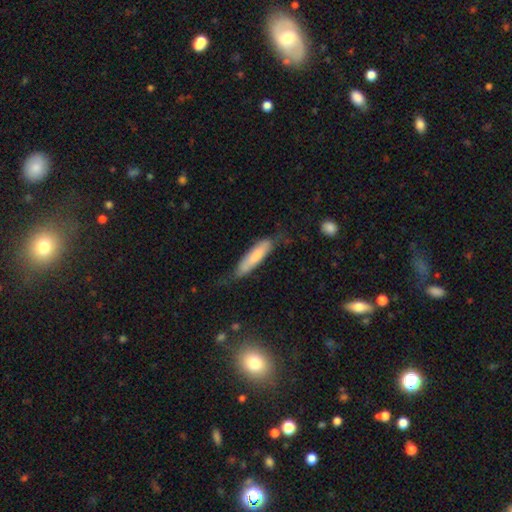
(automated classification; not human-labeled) The model was most divided on "merging": none: 56%, minor disturbance: 30%, major disturbance: 12%, merger: 2%. More confident: how rounded — cigar-shaped (72%); smooth or featured — smooth (71%).